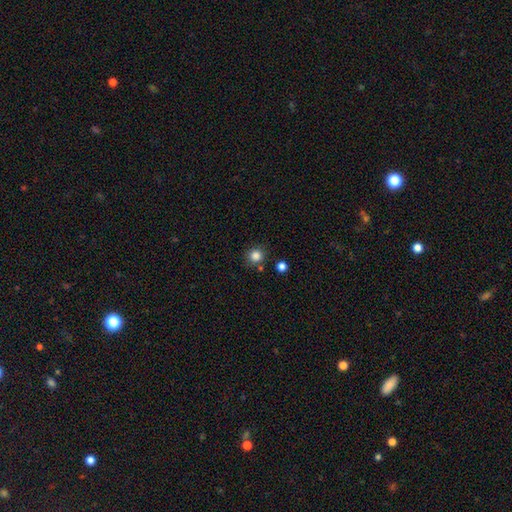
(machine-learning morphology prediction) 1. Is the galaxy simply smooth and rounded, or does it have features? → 84% smooth, 11% star or artifact, 4% featured or disk.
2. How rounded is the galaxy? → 90% round, 9% in between, 1% cigar-shaped.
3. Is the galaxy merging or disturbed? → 81% none, 9% minor disturbance, 6% merger, 3% major disturbance.